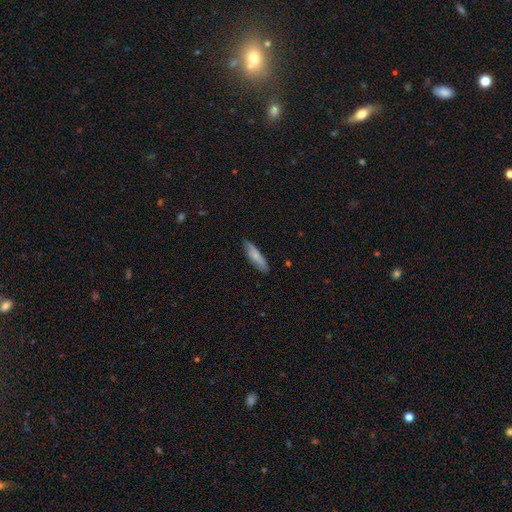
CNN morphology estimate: A smooth galaxy with no disk features (76%) that is cigar-shaped (71%). Merging: none (84%).